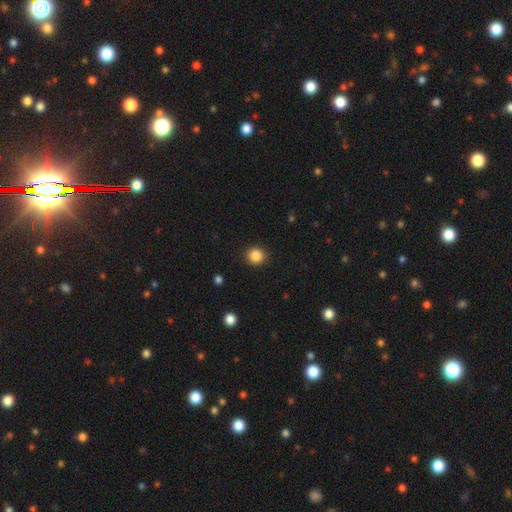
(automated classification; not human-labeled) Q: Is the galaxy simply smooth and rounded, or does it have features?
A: smooth — 86%.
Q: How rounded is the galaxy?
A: round — 93%.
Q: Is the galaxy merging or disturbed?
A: none — 91%.